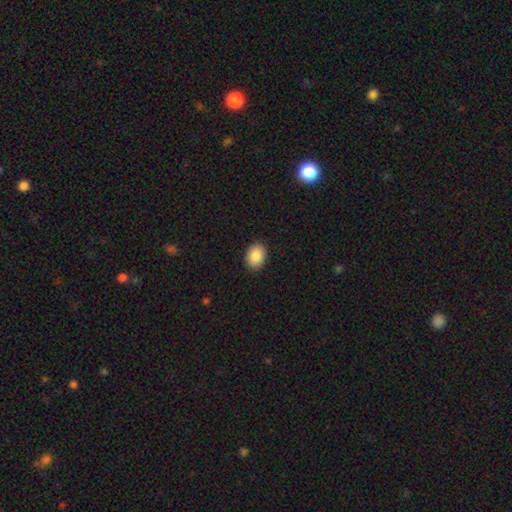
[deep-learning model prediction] A smooth galaxy with no disk features (88%) that is in between round and cigar-shaped (68%).

Vote fractions:
- Smooth or featured? smooth: 88% / star or artifact: 7% / featured or disk: 5%
- How rounded? in between: 68% / round: 31% / cigar-shaped: 1%
- Merging? none: 90% / minor disturbance: 7% / major disturbance: 2% / merger: 1%